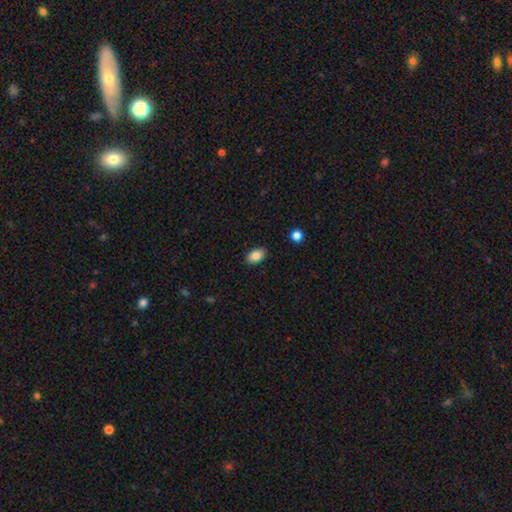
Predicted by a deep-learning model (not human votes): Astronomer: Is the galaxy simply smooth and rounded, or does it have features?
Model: smooth — 86%.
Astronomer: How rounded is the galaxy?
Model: in between — 89%.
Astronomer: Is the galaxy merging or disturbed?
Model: none — 87%.